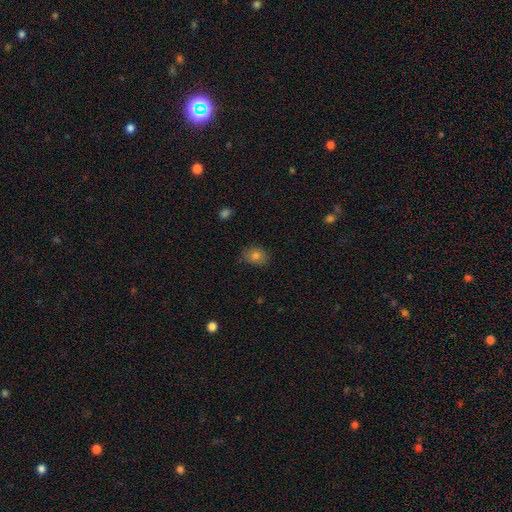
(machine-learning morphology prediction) The model was most divided on "how rounded": in between: 55%, round: 44%, cigar-shaped: 1%. More confident: smooth or featured — smooth (79%); merging — none (74%).